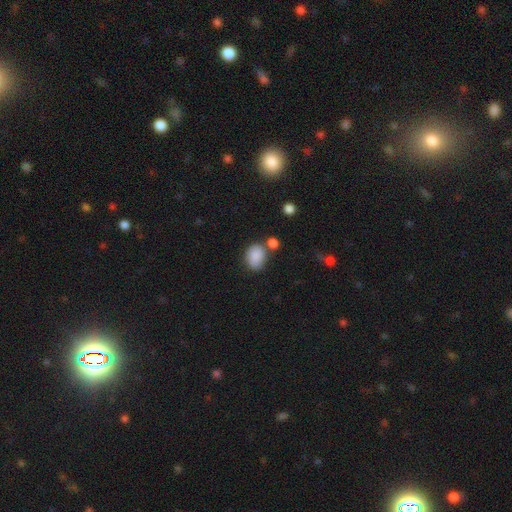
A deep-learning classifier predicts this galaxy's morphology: Smooth or featured: smooth — 86% (star or artifact — 8%)
How rounded: in between — 65% (round — 34%)
Merging: none — 58% (minor disturbance — 19%)